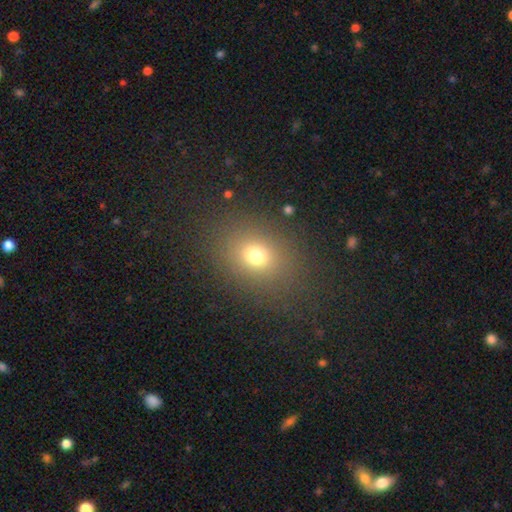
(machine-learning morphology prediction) Smooth or featured? smooth (72%)
How rounded? round (55%)
Merging? none (84%)